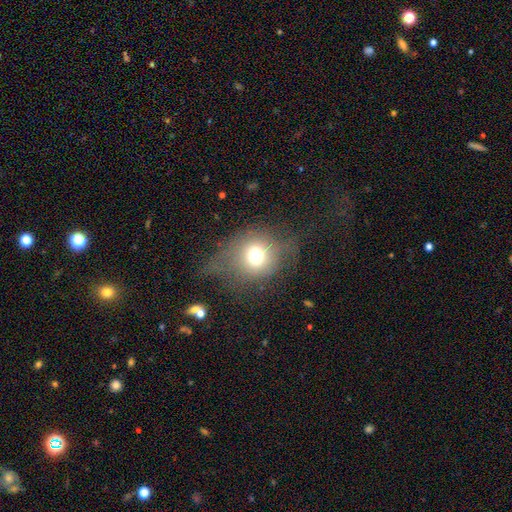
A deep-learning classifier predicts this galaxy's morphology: Smooth or featured?
  - smooth: 64% *
  - featured or disk: 20%
  - star or artifact: 16%
How rounded?
  - round: 78% *
  - in between: 20%
  - cigar-shaped: 1%
Merging?
  - none: 52% *
  - minor disturbance: 24%
  - major disturbance: 22%
  - merger: 2%